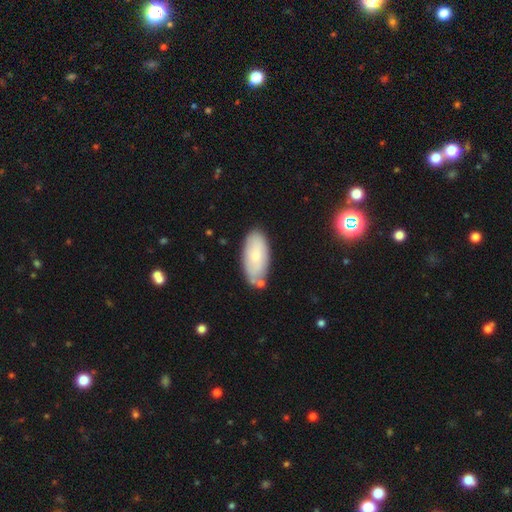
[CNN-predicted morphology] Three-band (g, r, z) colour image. It shows a smooth galaxy with no disk features (71%) that is in between round and cigar-shaped (92%). Merging: none (73%).